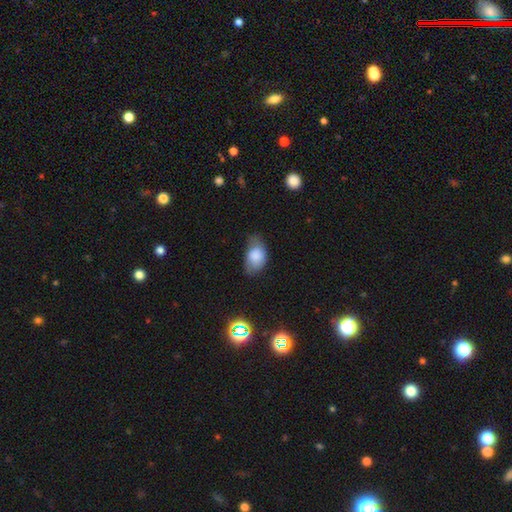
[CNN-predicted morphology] The model was most divided on "merging": none: 50%, minor disturbance: 37%, major disturbance: 12%, merger: 2%. More confident: how rounded — in between (88%); smooth or featured — smooth (78%).